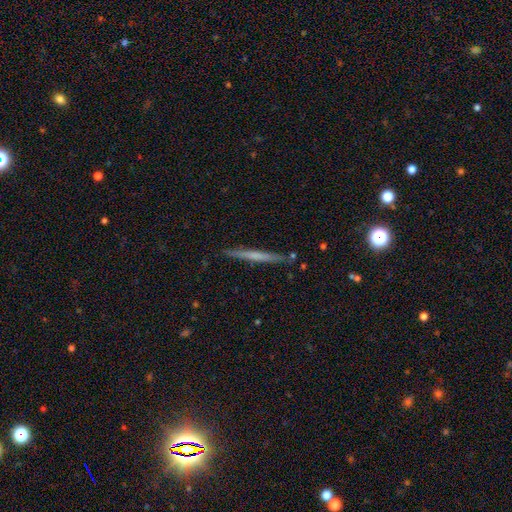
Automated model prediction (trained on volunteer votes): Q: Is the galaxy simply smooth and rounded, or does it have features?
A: featured or disk — 48%.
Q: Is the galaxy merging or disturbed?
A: none — 89%.